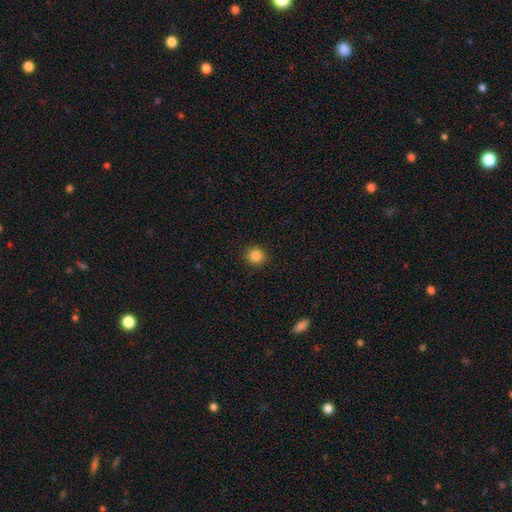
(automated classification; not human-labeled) smooth 86%, star or artifact 11%, featured or disk 4%. Down the decision tree: how rounded — round (89%); merging — none (91%).